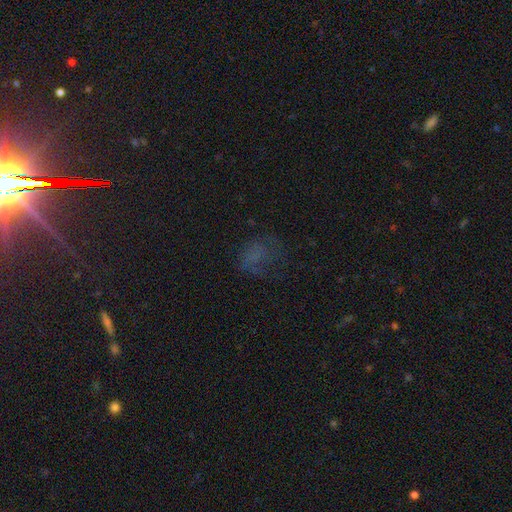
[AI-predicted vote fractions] Smooth or featured? Predicted: smooth (p=0.45). Merging? Predicted: none (p=0.49).